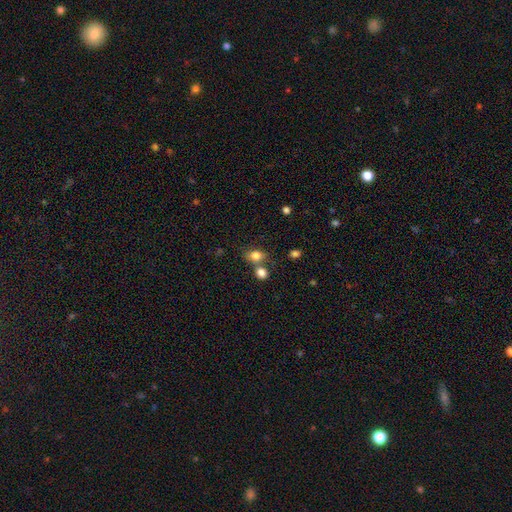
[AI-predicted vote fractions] Overall: smooth (81%). How rounded: in between (68%; round 31%). Merging: none (53%; merger 28%).